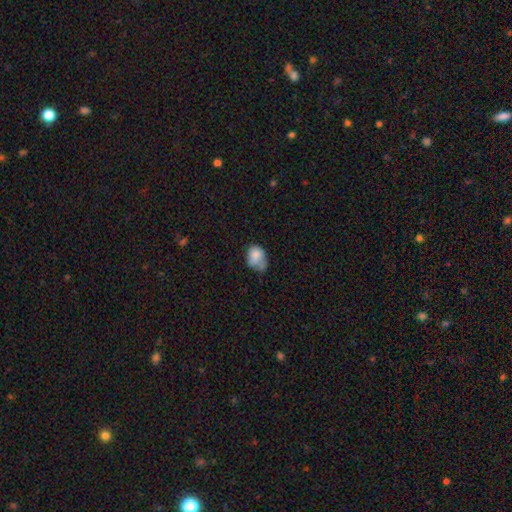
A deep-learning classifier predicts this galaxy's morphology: type=smooth (76%); roundness=in between (67%); merging=minor disturbance (38%).